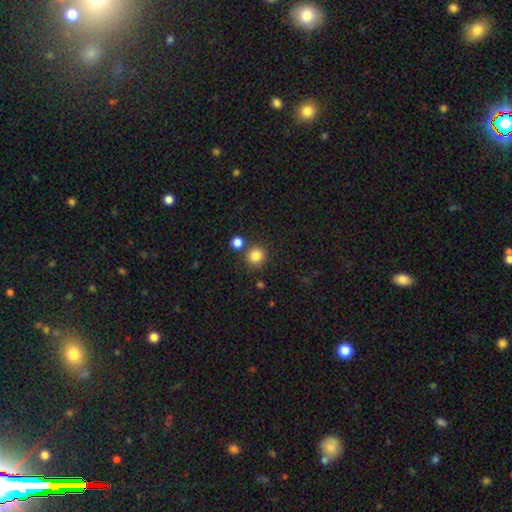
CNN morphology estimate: Overall: smooth (84%). How rounded: round (92%). Merging: none (80%).